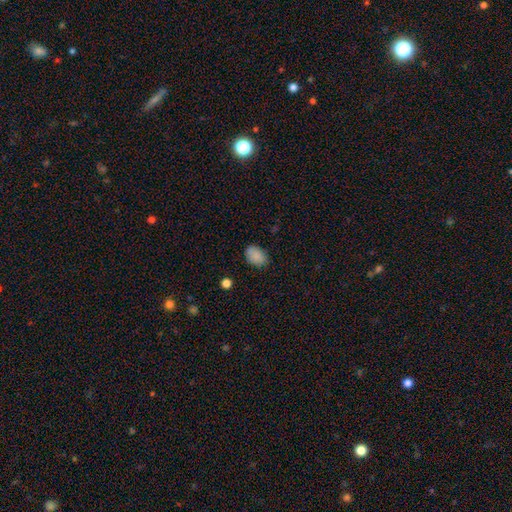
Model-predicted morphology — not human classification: A smooth galaxy with no disk features (87%) that is in between round and cigar-shaped (80%). Merging: none (78%).